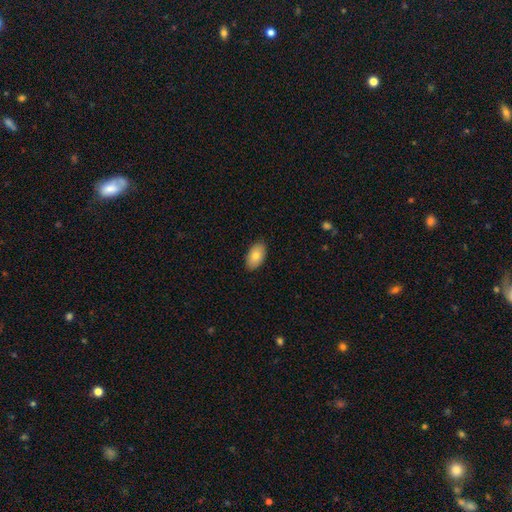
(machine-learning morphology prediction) Smooth or featured? smooth (80%)
How rounded? in between (94%)
Merging? none (88%)